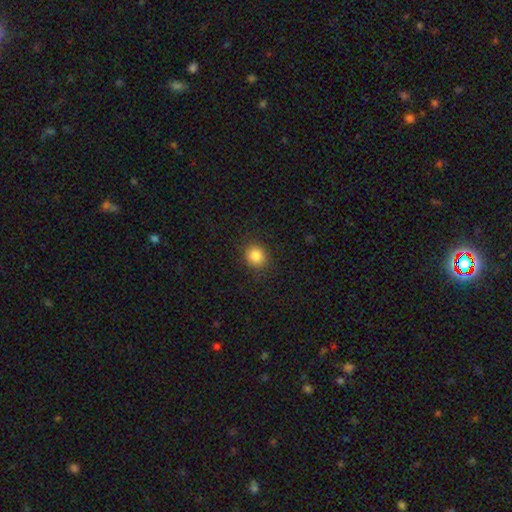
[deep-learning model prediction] Q: Smooth or featured?
A: smooth (85%); runner-up: star or artifact (11%)
Q: How rounded?
A: round (80%); runner-up: in between (19%)
Q: Merging?
A: none (87%); runner-up: minor disturbance (9%)